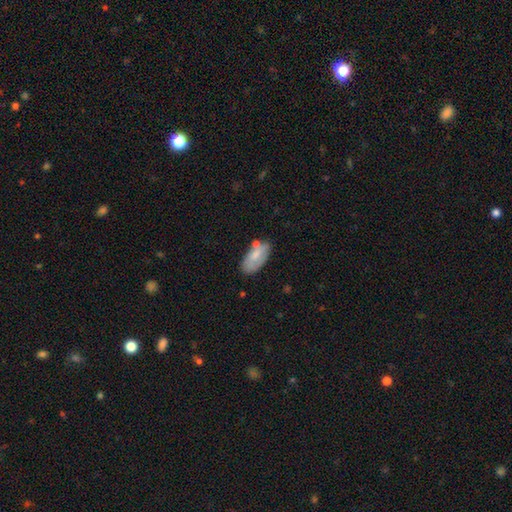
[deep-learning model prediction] This appears to be a smooth galaxy with no disk features (72%) that is in between round and cigar-shaped (92%). Merging: none (59%).